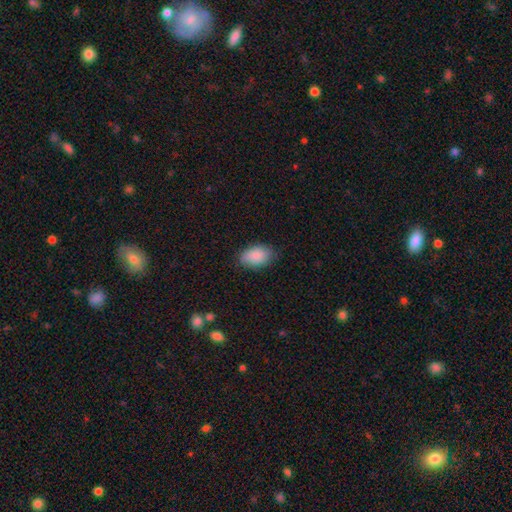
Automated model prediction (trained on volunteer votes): A smooth galaxy with no disk features (88%) that is in between round and cigar-shaped (91%). Merging: none (80%).